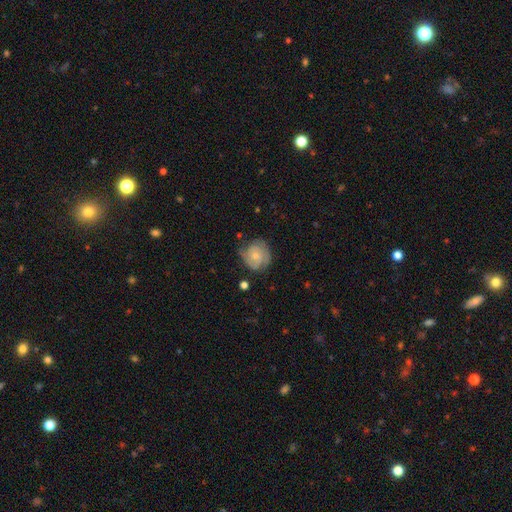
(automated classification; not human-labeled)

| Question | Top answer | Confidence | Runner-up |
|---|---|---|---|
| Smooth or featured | featured or disk | 56% | smooth (37%) |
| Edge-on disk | no | 98% | yes (2%) |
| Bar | no | 75% | weak (22%) |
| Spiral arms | yes | 86% | no (14%) |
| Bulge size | small | 55% | moderate (36%) |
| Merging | none | 64% | minor disturbance (26%) |